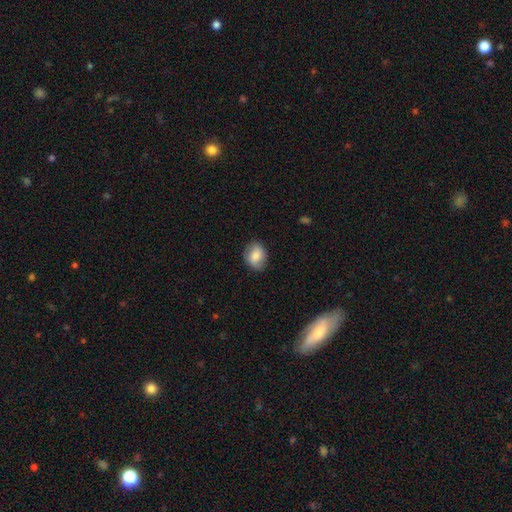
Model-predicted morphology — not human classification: smooth-or-featured: smooth: 78% | featured or disk: 14% | star or artifact: 7%
  how-rounded: in between: 57% | round: 42% | cigar-shaped: 1%
  merging: none: 82% | minor disturbance: 14% | major disturbance: 3% | merger: 1%